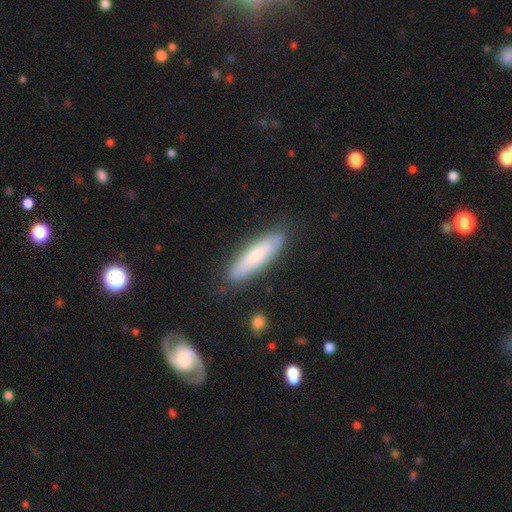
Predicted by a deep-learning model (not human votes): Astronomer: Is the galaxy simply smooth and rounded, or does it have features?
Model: smooth — 65%.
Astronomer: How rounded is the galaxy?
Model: cigar-shaped — 75%.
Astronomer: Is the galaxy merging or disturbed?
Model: none — 83%.